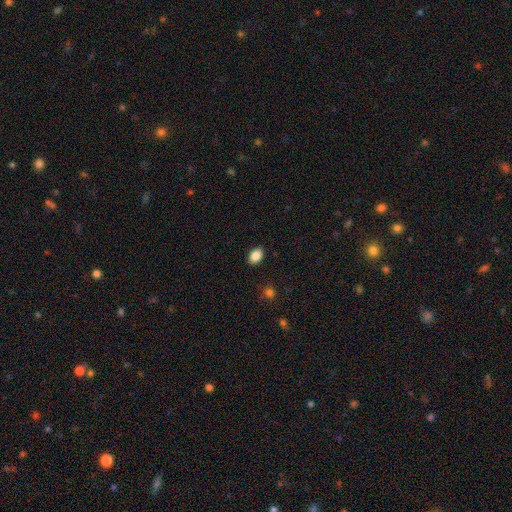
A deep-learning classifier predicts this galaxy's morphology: Overall: smooth (88%). How rounded: in between (86%). Merging: none (89%).